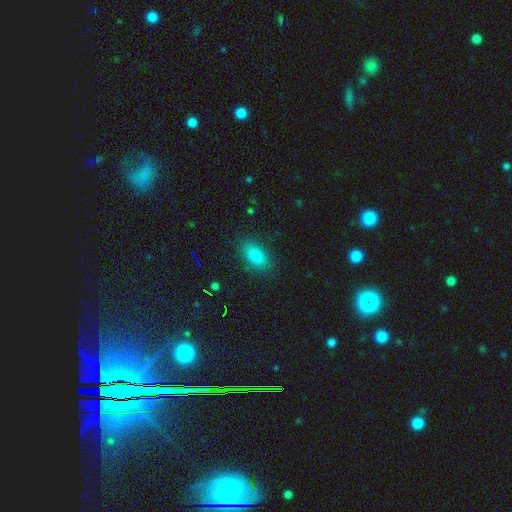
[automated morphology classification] Q: Smooth or featured?
A: smooth (80%); runner-up: star or artifact (11%)
Q: How rounded?
A: in between (88%); runner-up: round (7%)
Q: Merging?
A: none (86%); runner-up: minor disturbance (10%)